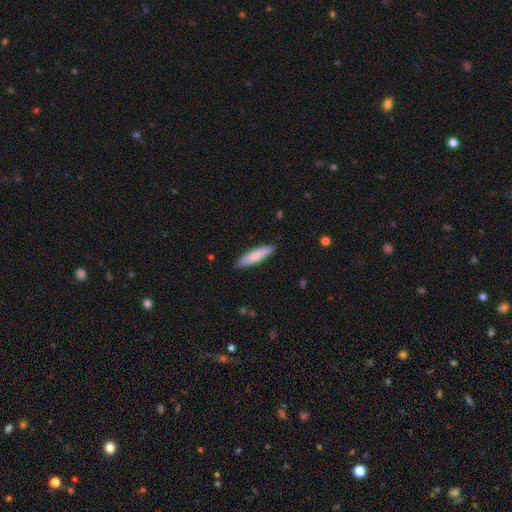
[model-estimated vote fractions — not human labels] The model was most divided on "smooth or featured": smooth: 75%, featured or disk: 20%, star or artifact: 5%. More confident: merging — none (88%); how rounded — cigar-shaped (79%).